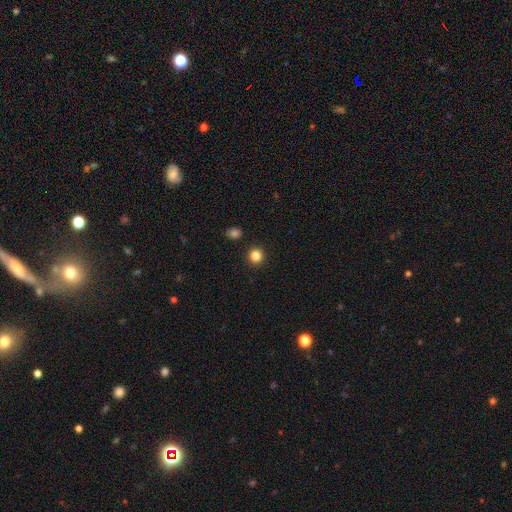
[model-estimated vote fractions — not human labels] A smooth galaxy with no disk features (85%) that is round (92%).

Vote fractions:
- Smooth or featured? smooth: 85% / star or artifact: 12% / featured or disk: 4%
- How rounded? round: 92% / in between: 7% / cigar-shaped: 1%
- Merging? none: 92% / minor disturbance: 5% / merger: 2% / major disturbance: 2%